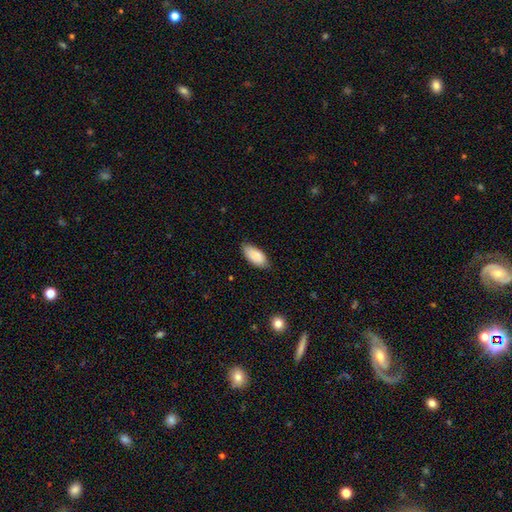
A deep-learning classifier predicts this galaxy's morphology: smooth 87%, featured or disk 7%, star or artifact 6%. Down the decision tree: how rounded — in between (91%); merging — none (77%).